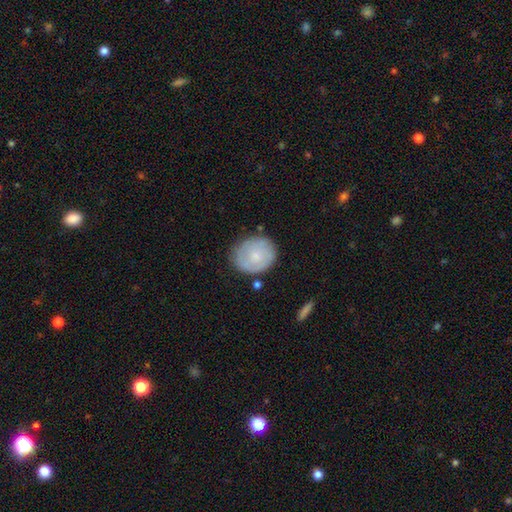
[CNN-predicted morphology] smooth 62%, featured or disk 32%, star or artifact 6%. Down the decision tree: how rounded — round (70%); merging — none (76%).